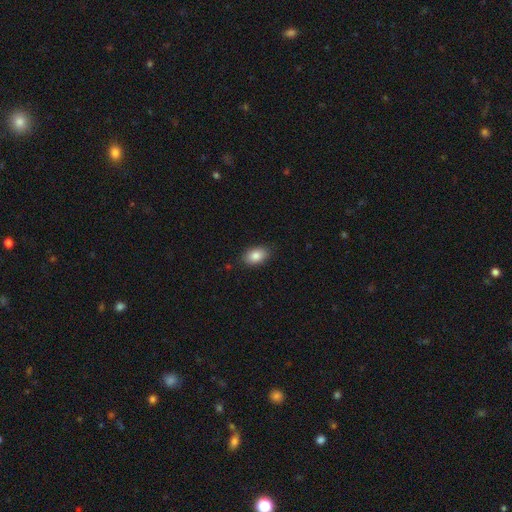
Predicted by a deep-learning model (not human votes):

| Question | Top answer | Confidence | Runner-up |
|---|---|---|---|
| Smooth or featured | smooth | 86% | star or artifact (7%) |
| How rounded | in between | 90% | round (9%) |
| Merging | none | 86% | minor disturbance (11%) |